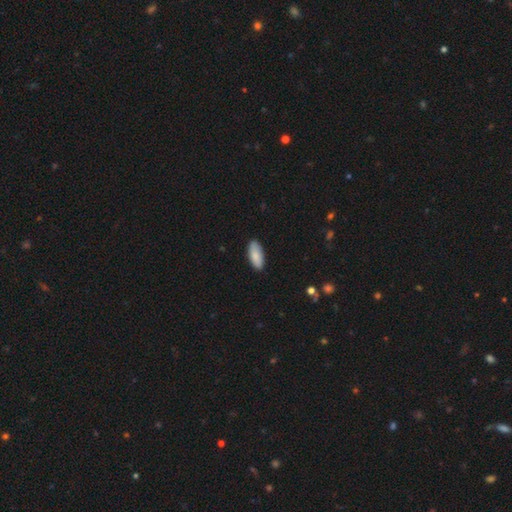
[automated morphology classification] smooth_or_featured: smooth (p=0.86) [alt: featured or disk p=0.08]
how_rounded: in between (p=0.85) [alt: cigar-shaped p=0.14]
merging: none (p=0.86) [alt: minor disturbance p=0.11]